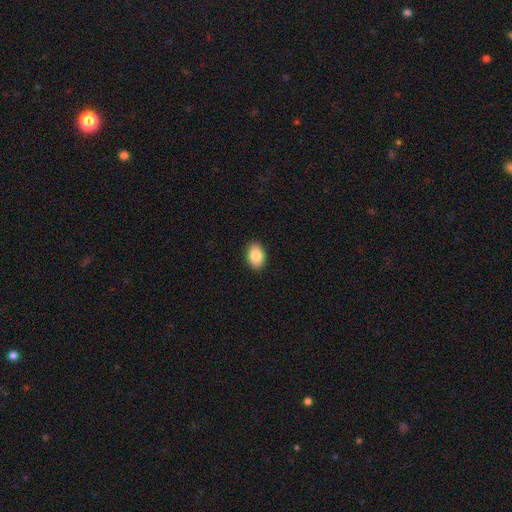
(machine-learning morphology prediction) Overall: smooth (86%). How rounded: in between (90%). Merging: none (90%).